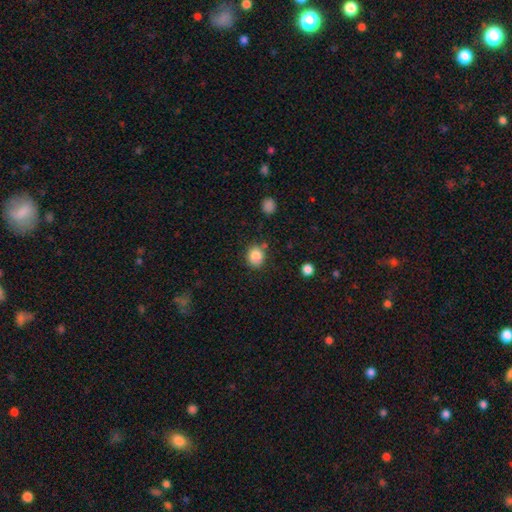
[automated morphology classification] The model was most divided on "how rounded": round: 82%, in between: 17%, cigar-shaped: 1%. More confident: smooth or featured — smooth (85%); merging — none (81%).